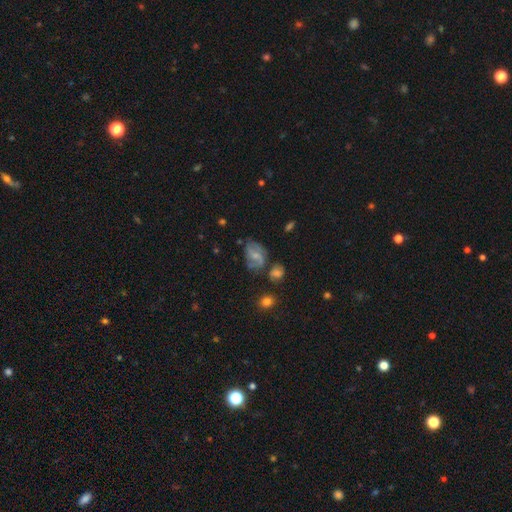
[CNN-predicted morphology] type=featured or disk (61%); edge-on=no (97%); bar=weak (51%); spiral arms=yes (85%); winding=medium (47%); arm count=2 (71%); bulge=small (51%); merging=none (55%).